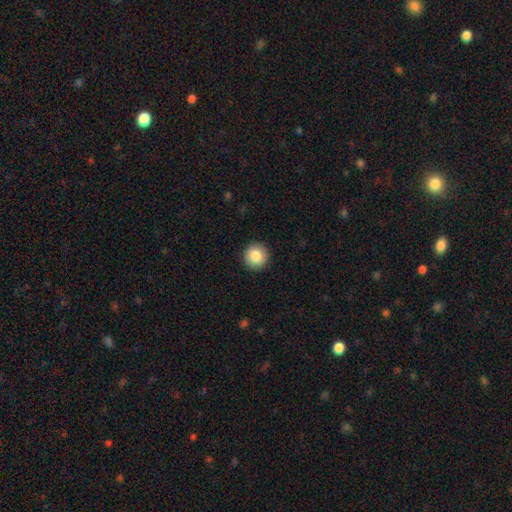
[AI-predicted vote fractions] Smooth or featured?
  - smooth: 85% *
  - star or artifact: 8%
  - featured or disk: 7%
How rounded?
  - round: 94% *
  - in between: 5%
  - cigar-shaped: 1%
Merging?
  - none: 92% *
  - minor disturbance: 5%
  - major disturbance: 2%
  - merger: 1%